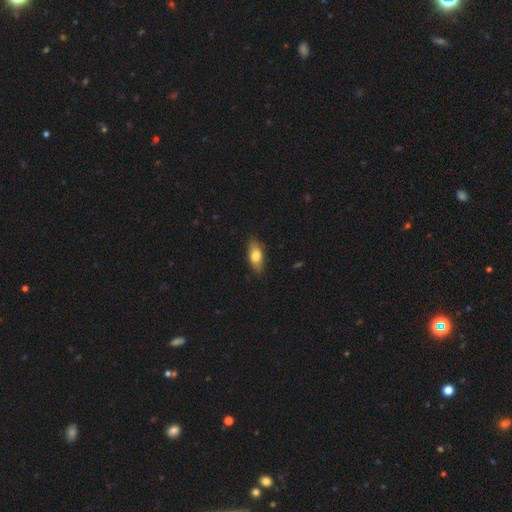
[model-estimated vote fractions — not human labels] Smooth or featured: smooth — 74% (featured or disk — 20%)
How rounded: in between — 82% (cigar-shaped — 14%)
Merging: none — 83% (minor disturbance — 14%)